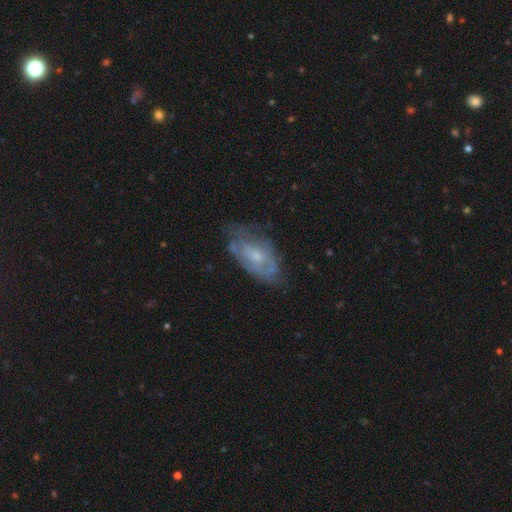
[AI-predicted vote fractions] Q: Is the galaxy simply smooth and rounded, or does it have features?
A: featured or disk — 63%.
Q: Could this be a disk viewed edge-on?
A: no — 92%.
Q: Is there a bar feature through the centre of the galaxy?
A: no — 74%.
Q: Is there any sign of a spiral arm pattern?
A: yes — 58%.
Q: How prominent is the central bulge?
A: small — 47%.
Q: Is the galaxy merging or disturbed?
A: none — 58%.